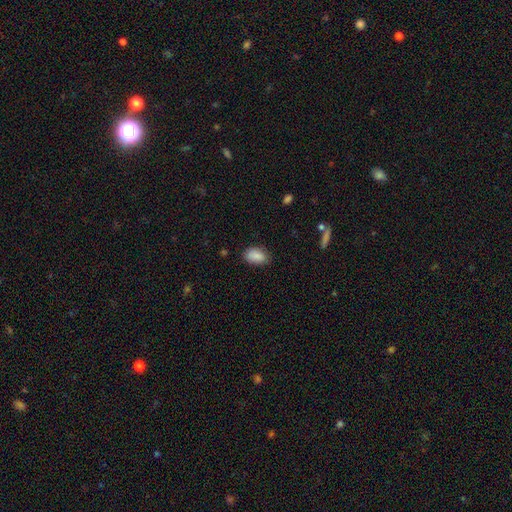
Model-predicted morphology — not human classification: This appears to be a smooth galaxy with no disk features (88%) that is in between round and cigar-shaped (91%). Merging: none (78%).